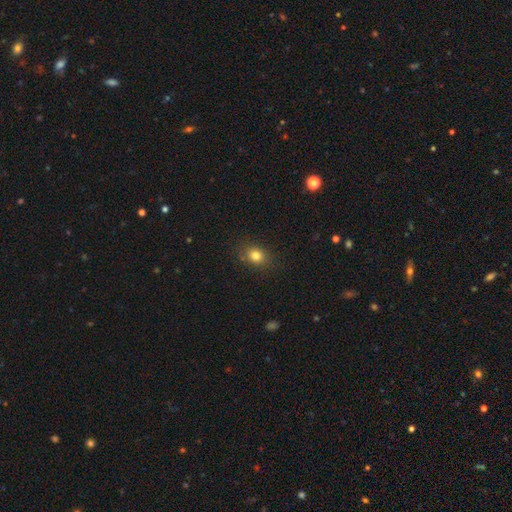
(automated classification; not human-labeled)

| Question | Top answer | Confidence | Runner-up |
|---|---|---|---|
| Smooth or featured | smooth | 80% | star or artifact (12%) |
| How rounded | round | 50% | in between (49%) |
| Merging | none | 83% | minor disturbance (11%) |